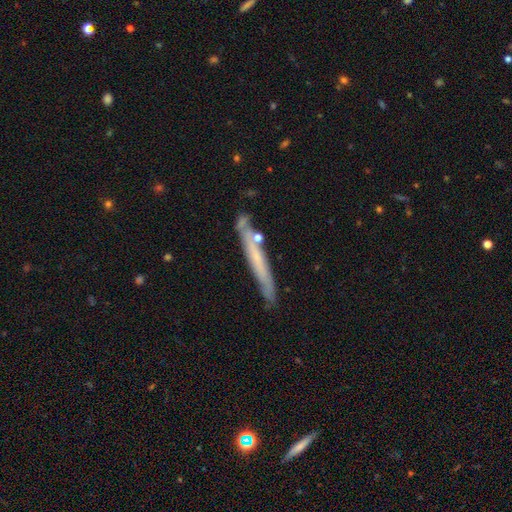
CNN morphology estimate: Smooth or featured?
  - featured or disk: 51% *
  - smooth: 42%
  - star or artifact: 7%
Edge-on disk?
  - yes: 86% *
  - no: 14%
Merging?
  - none: 77% *
  - minor disturbance: 15%
  - merger: 5%
  - major disturbance: 3%